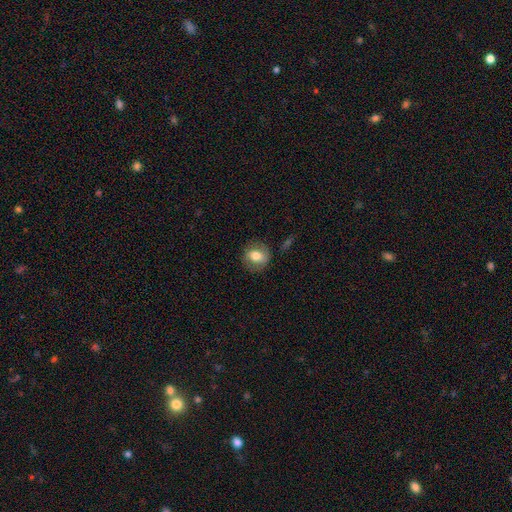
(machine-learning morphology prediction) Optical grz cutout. It shows a smooth galaxy with no disk features (68%) that is round (68%). Merging: none (81%).